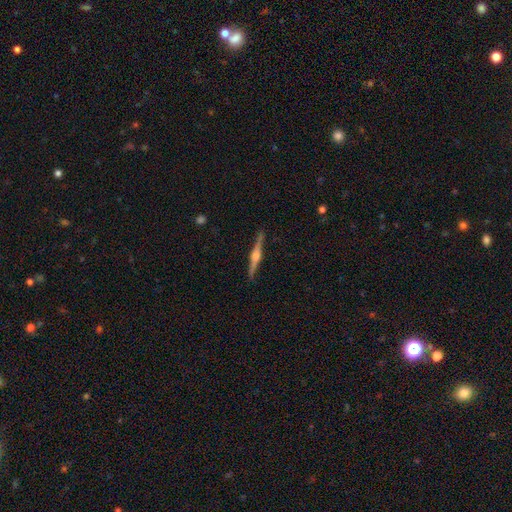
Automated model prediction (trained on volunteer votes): Smooth or featured: featured or disk — 82% (smooth — 13%)
Edge-on disk: yes — 98% (no — 2%)
Edge-on bulge: rounded — 86% (boxy — 10%)
Merging: none — 90% (minor disturbance — 7%)